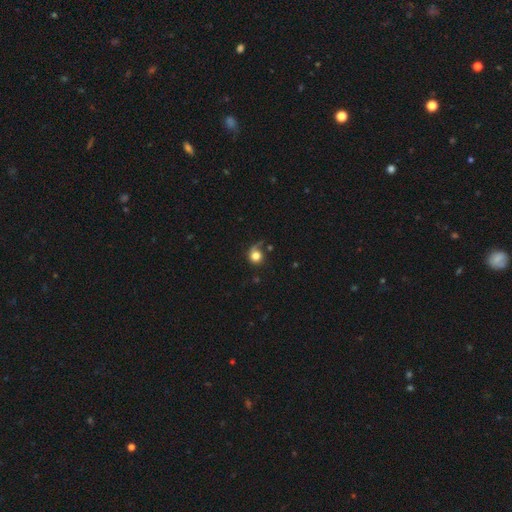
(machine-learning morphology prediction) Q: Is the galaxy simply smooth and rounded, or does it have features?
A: smooth — 74%.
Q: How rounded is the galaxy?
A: round — 83%.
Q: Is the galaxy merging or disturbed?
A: none — 47%.